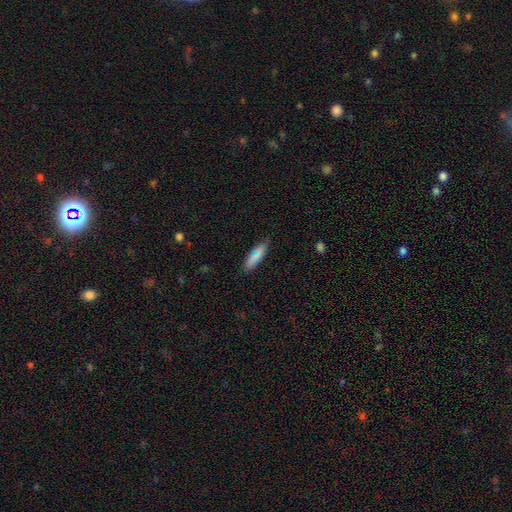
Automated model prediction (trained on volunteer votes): The model was most divided on "how rounded": cigar-shaped: 54%, in between: 44%, round: 2%. More confident: merging — none (83%); smooth or featured — smooth (79%).